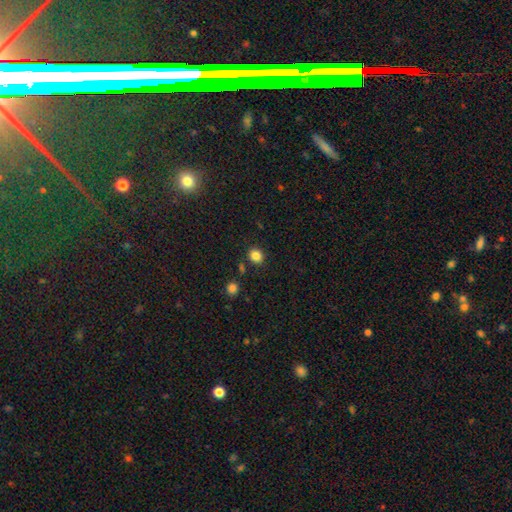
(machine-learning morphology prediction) type=smooth (84%); roundness=round (73%); merging=none (84%).